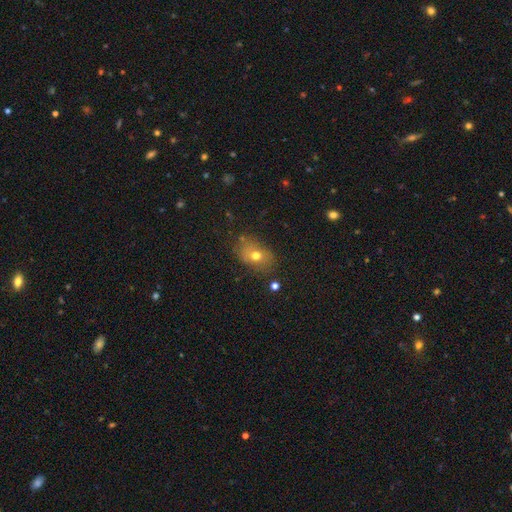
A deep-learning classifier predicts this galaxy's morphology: smooth_or_featured: smooth (p=0.68) [alt: featured or disk p=0.19]
how_rounded: in between (p=0.68) [alt: round p=0.31]
merging: none (p=0.70) [alt: minor disturbance p=0.19]